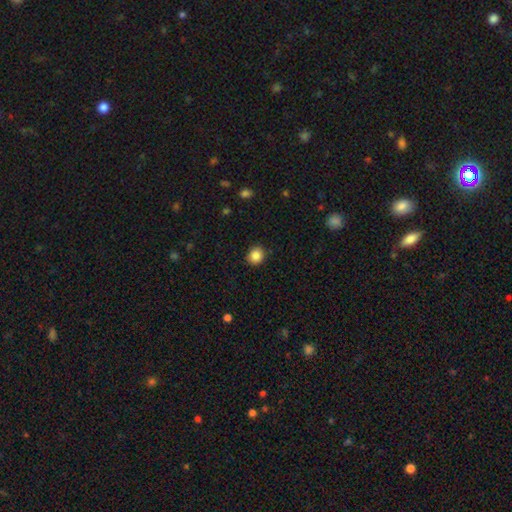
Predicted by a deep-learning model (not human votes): Overall: smooth (86%). How rounded: round (83%). Merging: none (90%).